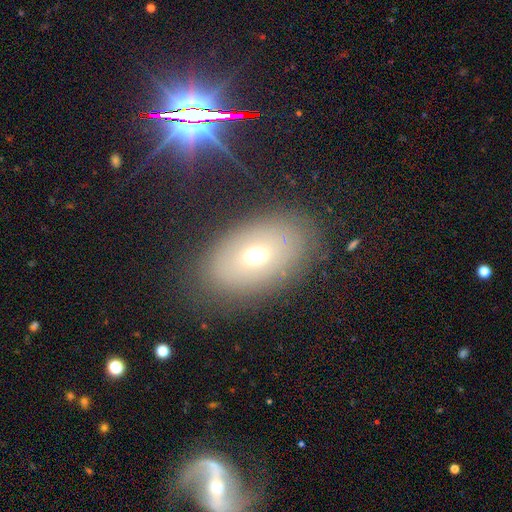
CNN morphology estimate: This appears to be a smooth galaxy with no disk features (59%) that is in between round and cigar-shaped (82%). Merging: none (79%).